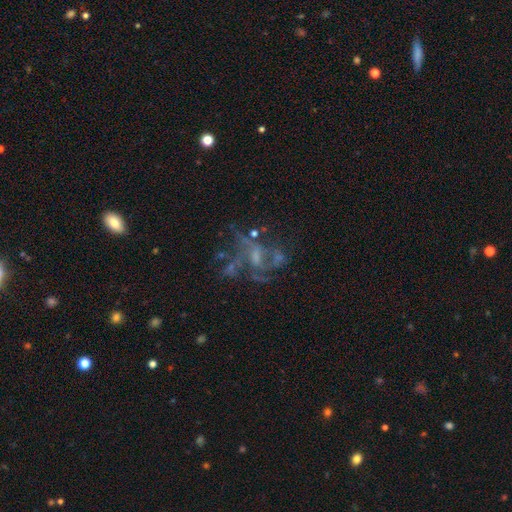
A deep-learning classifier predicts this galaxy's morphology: smooth-or-featured: featured or disk: 48% | star or artifact: 35% | smooth: 17%
  merging: none: 55% | major disturbance: 19% | minor disturbance: 14% | merger: 12%